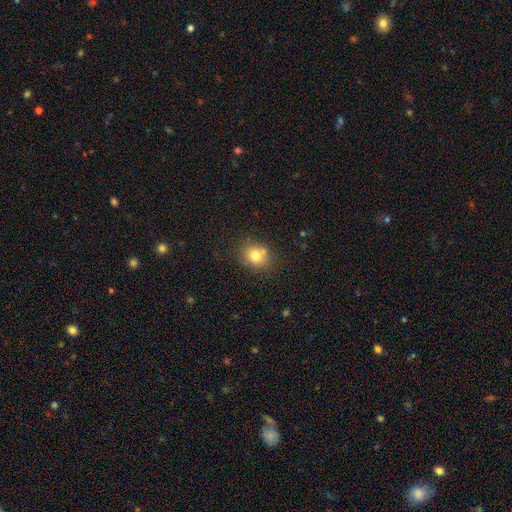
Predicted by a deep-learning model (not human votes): Smooth or featured?
  - smooth: 78% *
  - star or artifact: 11%
  - featured or disk: 11%
How rounded?
  - round: 65% *
  - in between: 34%
  - cigar-shaped: 1%
Merging?
  - none: 70% *
  - minor disturbance: 15%
  - merger: 11%
  - major disturbance: 4%